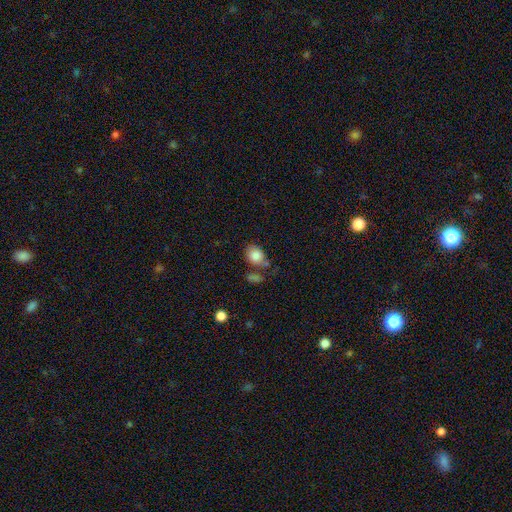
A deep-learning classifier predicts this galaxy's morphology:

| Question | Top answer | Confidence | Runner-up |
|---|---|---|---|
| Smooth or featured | smooth | 83% | featured or disk (9%) |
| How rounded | in between | 61% | round (38%) |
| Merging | none | 56% | minor disturbance (21%) |